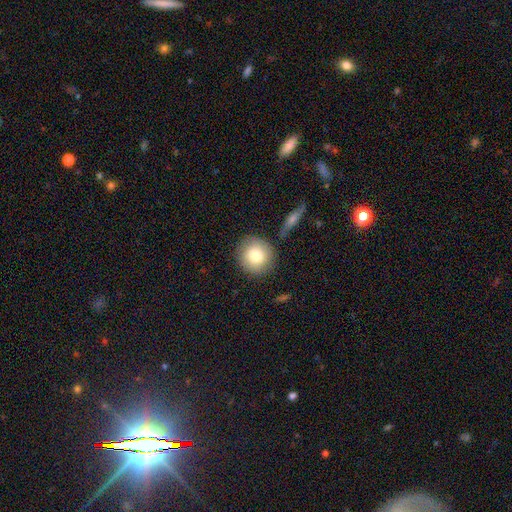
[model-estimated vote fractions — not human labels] smooth 81%, featured or disk 12%, star or artifact 8%. Down the decision tree: how rounded — round (91%); merging — none (83%).